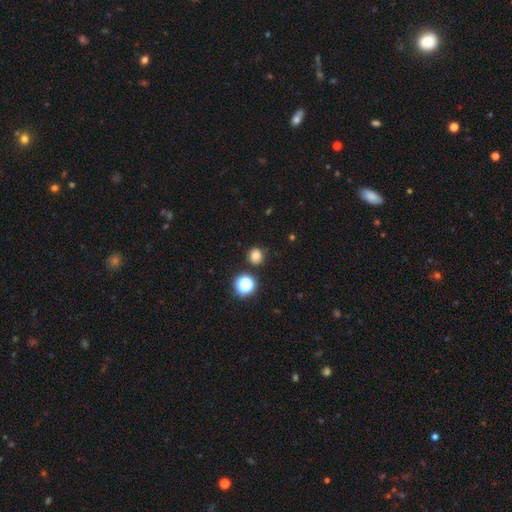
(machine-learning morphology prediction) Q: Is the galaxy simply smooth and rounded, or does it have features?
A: smooth — 78%.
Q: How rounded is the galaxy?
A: round — 86%.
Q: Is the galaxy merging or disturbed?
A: none — 84%.